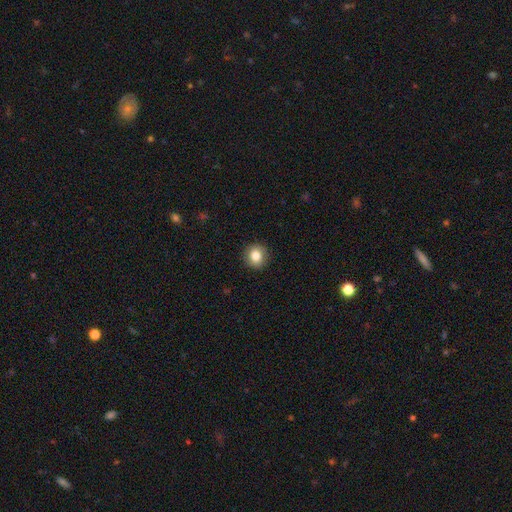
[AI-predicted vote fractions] smooth 82%, star or artifact 10%, featured or disk 8%. Down the decision tree: how rounded — round (90%); merging — none (91%).